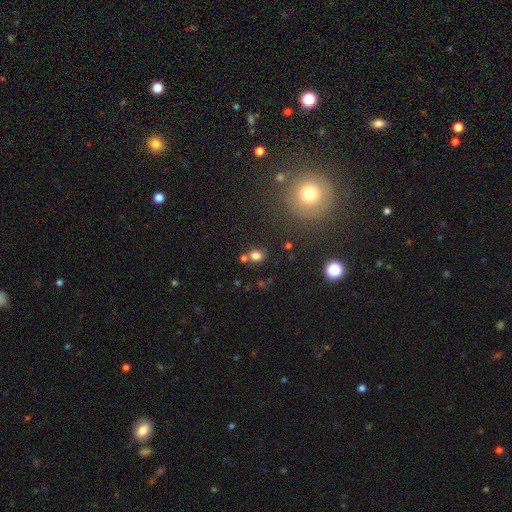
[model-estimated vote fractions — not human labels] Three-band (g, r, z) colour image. It shows a smooth galaxy with no disk features (78%) that is round (57%). Merging: none (63%).